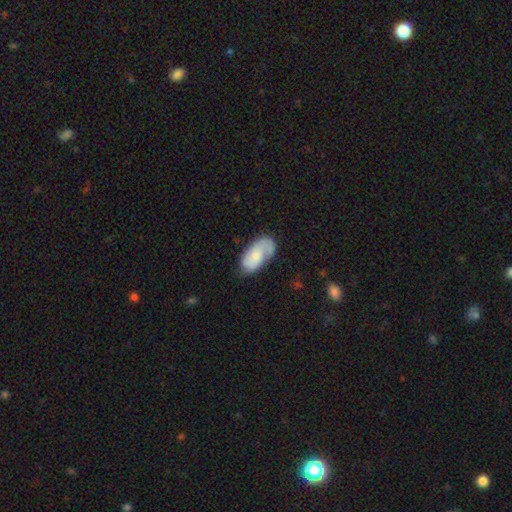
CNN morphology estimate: A smooth galaxy with no disk features (50%) that is in between round and cigar-shaped (93%). Merging: none (56%).